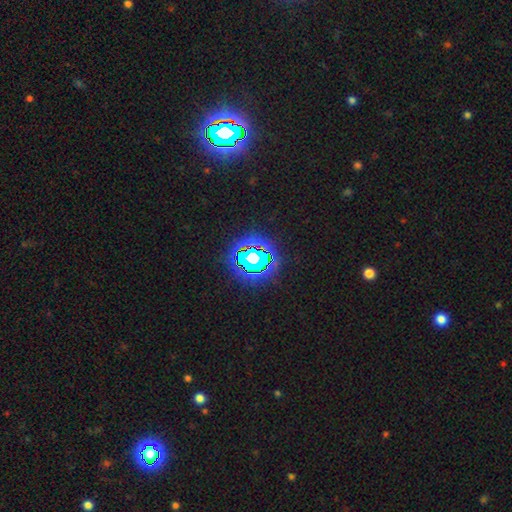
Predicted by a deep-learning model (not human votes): smooth_or_featured: star or artifact (p=0.72) [alt: smooth p=0.16]